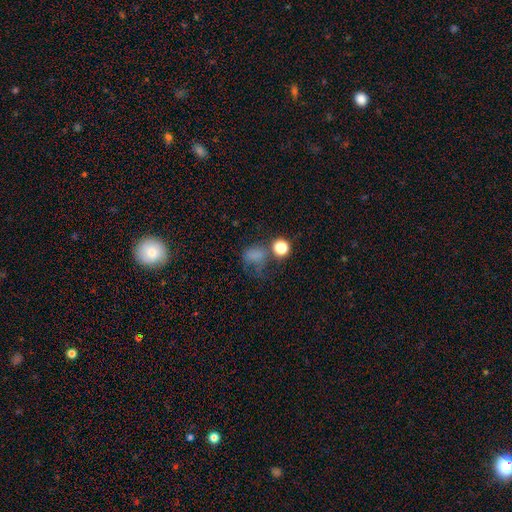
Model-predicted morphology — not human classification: type=smooth (67%); roundness=round (54%); merging=none (39%).